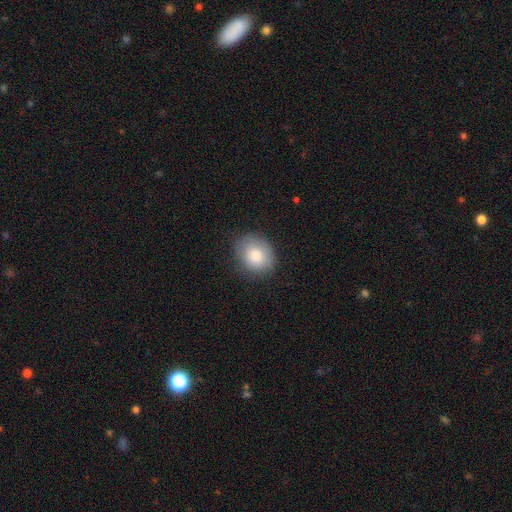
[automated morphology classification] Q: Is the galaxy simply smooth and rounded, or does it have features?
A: smooth — 83%.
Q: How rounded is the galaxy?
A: round — 51%.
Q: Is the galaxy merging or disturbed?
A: none — 79%.